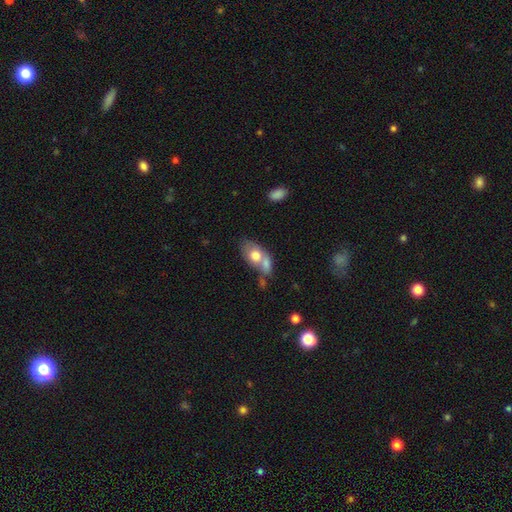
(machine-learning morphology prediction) Smooth or featured?
  - smooth: 69% *
  - featured or disk: 24%
  - star or artifact: 7%
How rounded?
  - in between: 81% *
  - round: 16%
  - cigar-shaped: 3%
Merging?
  - merger: 58% *
  - none: 23%
  - minor disturbance: 11%
  - major disturbance: 7%